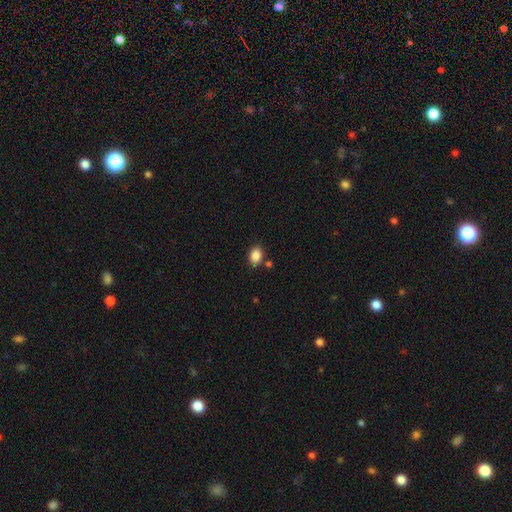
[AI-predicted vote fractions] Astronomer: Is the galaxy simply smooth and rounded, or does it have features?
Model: smooth — 87%.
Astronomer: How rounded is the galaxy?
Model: in between — 72%.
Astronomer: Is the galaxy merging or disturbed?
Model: none — 80%.